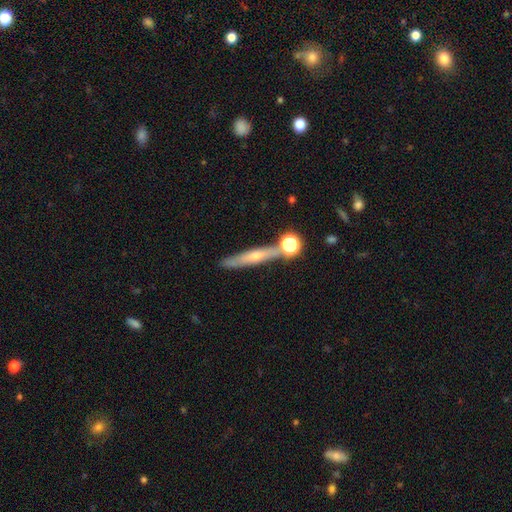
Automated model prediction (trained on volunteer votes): This appears to be a featured or disk galaxy (51%) viewed edge-on (87%). Merging: none (74%).